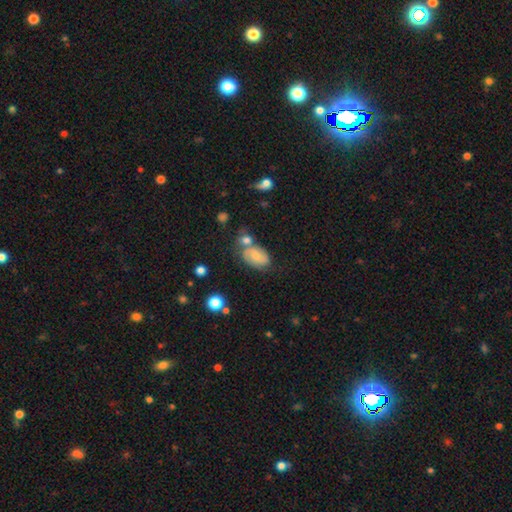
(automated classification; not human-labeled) This is possibly a smooth galaxy (46%). Merging: possibly none (49%).